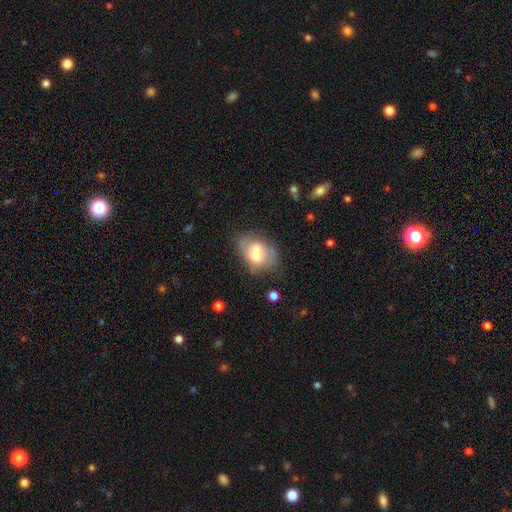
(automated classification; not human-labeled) Q: Smooth or featured?
A: smooth (53%); runner-up: featured or disk (39%)
Q: How rounded?
A: in between (77%); runner-up: round (22%)
Q: Merging?
A: none (44%); runner-up: minor disturbance (27%)